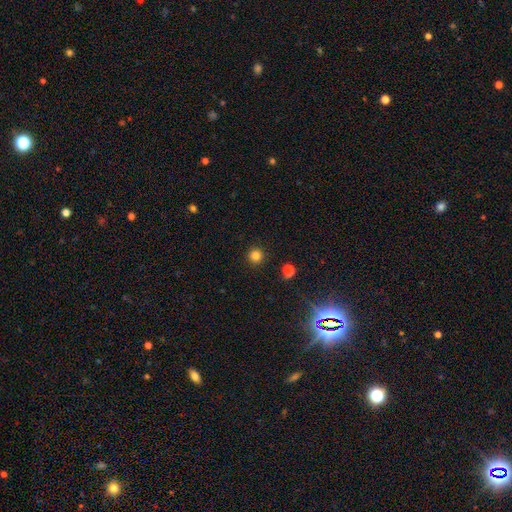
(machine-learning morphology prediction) smooth-or-featured: smooth: 81% | star or artifact: 14% | featured or disk: 4%
  how-rounded: round: 96% | in between: 4% | cigar-shaped: 1%
  merging: none: 92% | minor disturbance: 5% | major disturbance: 2% | merger: 2%